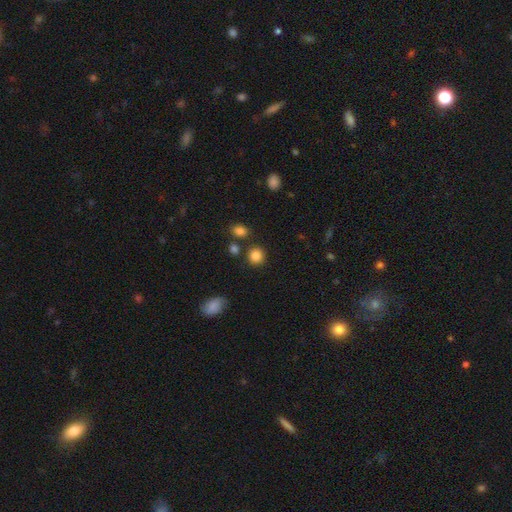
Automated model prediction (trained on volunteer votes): Smooth or featured: smooth — 85% (star or artifact — 10%)
How rounded: round — 87% (in between — 12%)
Merging: none — 84% (minor disturbance — 8%)